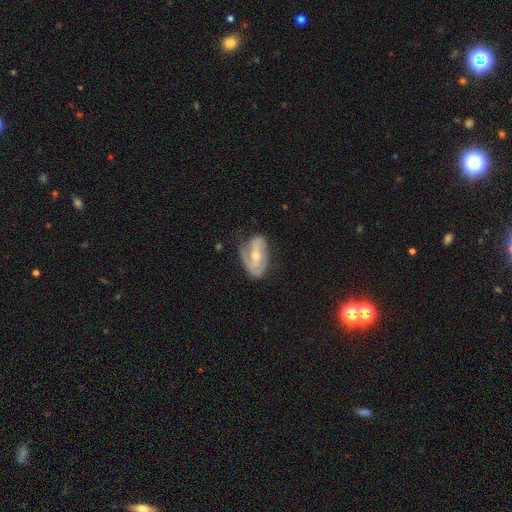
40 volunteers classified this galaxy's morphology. A featured or disk galaxy (98%) with no bar (42%), 2 (49%) tight (54%) spiral arms (92%) and a moderate central bulge (74%).

Vote fractions:
- Smooth or featured? featured or disk: 98% / smooth: 2% / star or artifact: 0%
- Edge-on disk? no: 97% / yes: 3%
- Bar? no: 42% / weak: 37% / strong: 21%
- Spiral arms? yes: 92% / no: 8%
- Spiral winding? tight: 54% / loose: 26% / medium: 20%
- Spiral arm count? 2: 49% / can't tell: 23% / 1: 14% / 3: 14% / 4: 0% / more than 4: 0%
- Bulge size? moderate: 74% / small: 26% / dominant: 0% / large: 0% / none: 0%
- Merging? none: 50% / minor disturbance: 40% / major disturbance: 10% / merger: 0%